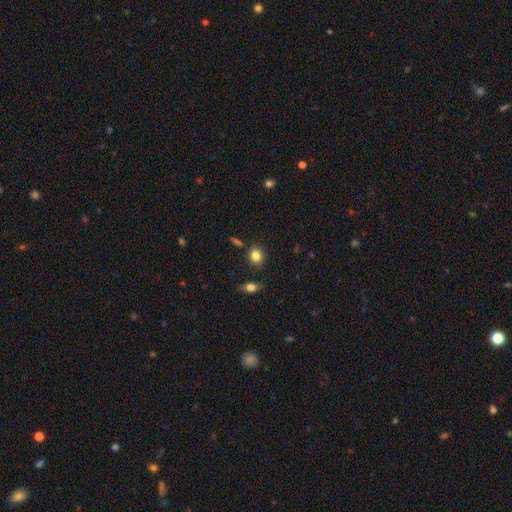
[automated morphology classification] Smooth or featured: smooth — 83% (star or artifact — 10%)
How rounded: round — 63% (in between — 35%)
Merging: none — 83% (minor disturbance — 11%)